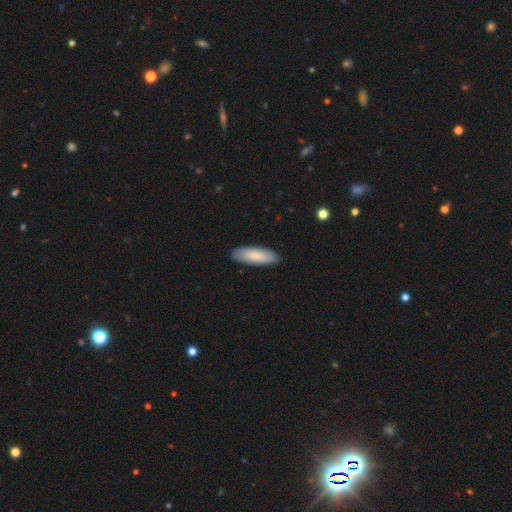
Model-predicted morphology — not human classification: Overall: smooth (83%). How rounded: in between (56%; cigar-shaped 43%). Merging: none (88%).